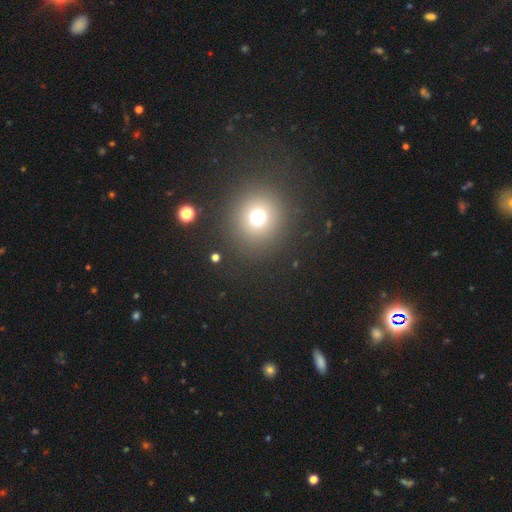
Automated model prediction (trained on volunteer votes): Smooth or featured? smooth (60%)
How rounded? round (89%)
Merging? none (89%)